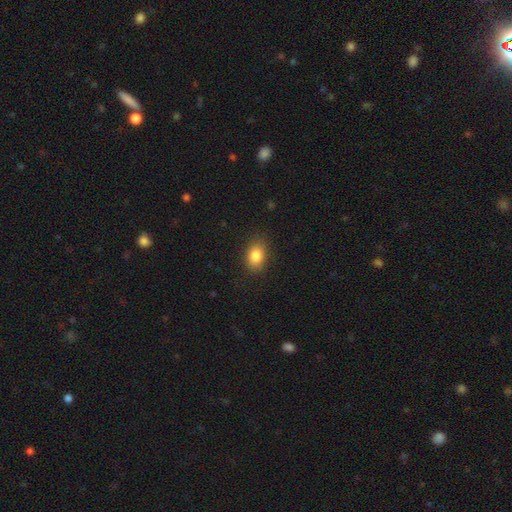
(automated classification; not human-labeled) This is clearly a smooth galaxy (84%). How rounded: likely in between (77%). Merging: clearly none (83%).